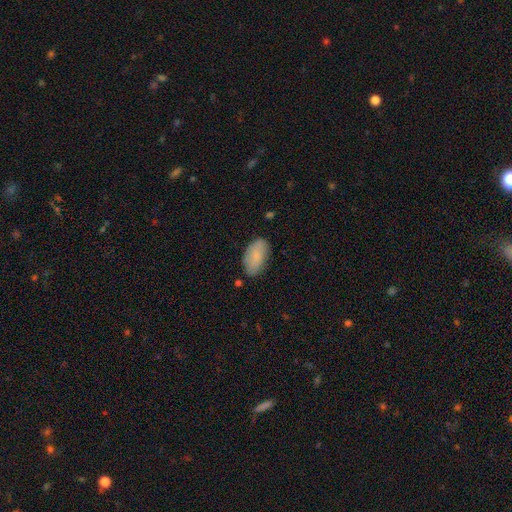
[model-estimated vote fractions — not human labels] This appears to be a smooth galaxy with no disk features (81%) that is in between round and cigar-shaped (95%). Merging: none (79%).